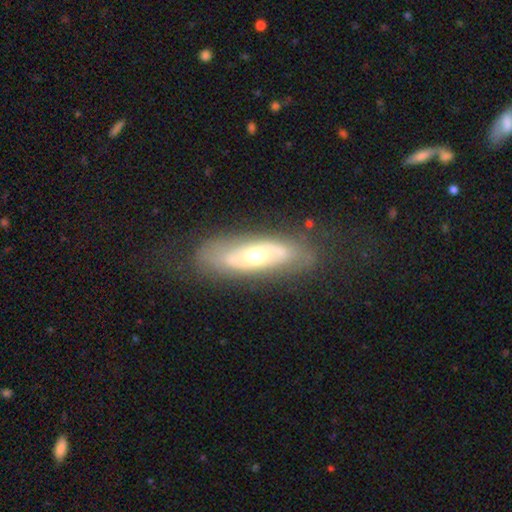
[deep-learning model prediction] Morphology: type=featured or disk (64%); edge-on=no (79%); bar=no (79%); spiral arms=no (64%); bulge=moderate (69%); merging=none (74%).